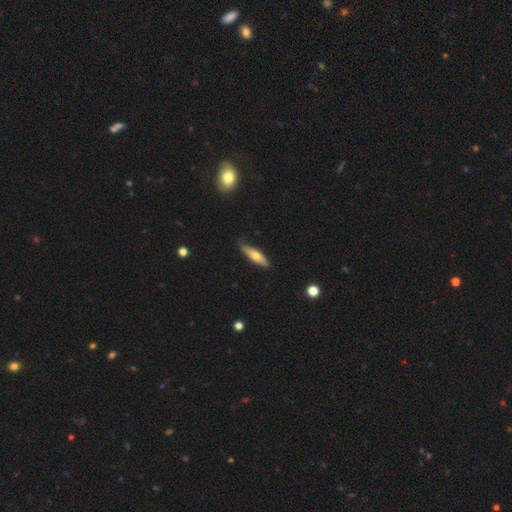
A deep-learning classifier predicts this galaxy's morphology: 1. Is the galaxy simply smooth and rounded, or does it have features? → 52% smooth, 42% featured or disk, 6% star or artifact.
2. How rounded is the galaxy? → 75% cigar-shaped, 23% in between, 2% round.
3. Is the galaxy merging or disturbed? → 85% none, 11% minor disturbance, 2% major disturbance, 1% merger.